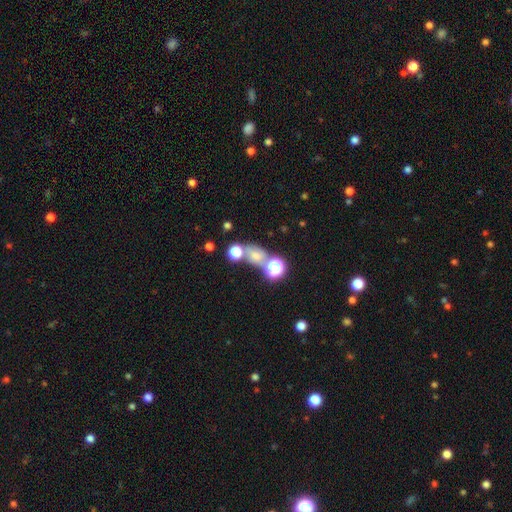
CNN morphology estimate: Q: Smooth or featured?
A: smooth (57%); runner-up: star or artifact (26%)
Q: How rounded?
A: in between (49%); runner-up: round (48%)
Q: Merging?
A: none (45%); runner-up: merger (35%)